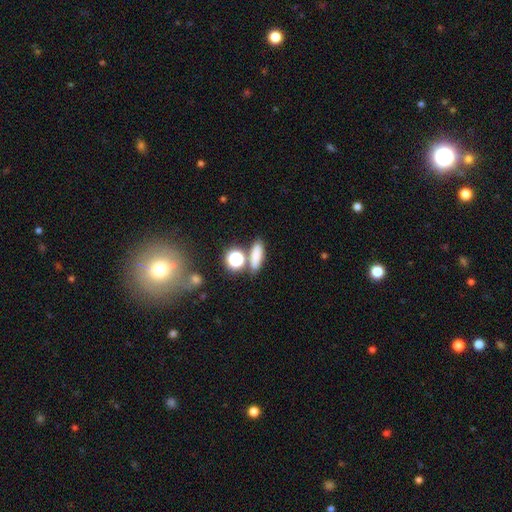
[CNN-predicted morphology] Smooth or featured?
  - smooth: 76% *
  - star or artifact: 16%
  - featured or disk: 8%
How rounded?
  - in between: 52% *
  - cigar-shaped: 26%
  - round: 21%
Merging?
  - none: 70% *
  - merger: 15%
  - minor disturbance: 11%
  - major disturbance: 4%